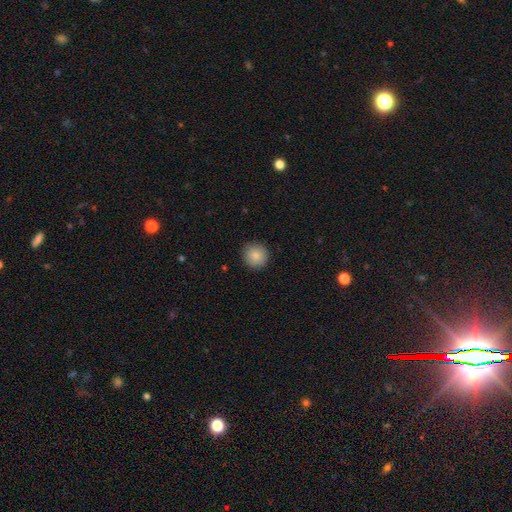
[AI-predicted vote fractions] Smooth or featured?
  - smooth: 87% *
  - star or artifact: 8%
  - featured or disk: 5%
How rounded?
  - round: 94% *
  - in between: 5%
  - cigar-shaped: 1%
Merging?
  - none: 90% *
  - minor disturbance: 7%
  - major disturbance: 2%
  - merger: 1%